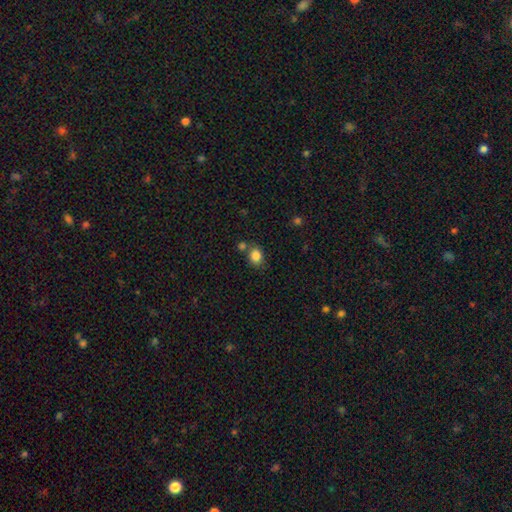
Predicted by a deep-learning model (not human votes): Smooth or featured? smooth (84%)
How rounded? round (55%)
Merging? none (63%)